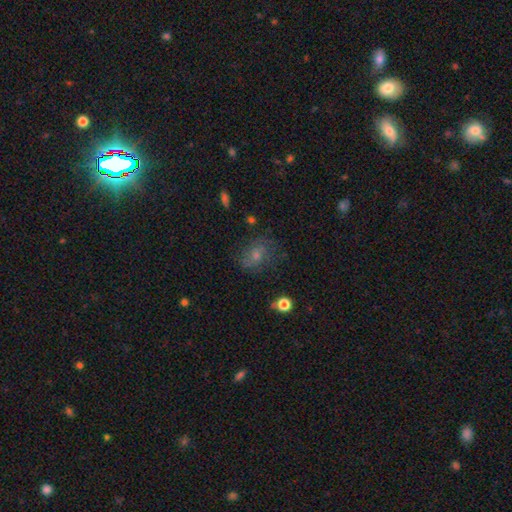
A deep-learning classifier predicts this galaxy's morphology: Smooth or featured? smooth (39%)
Merging? none (69%)